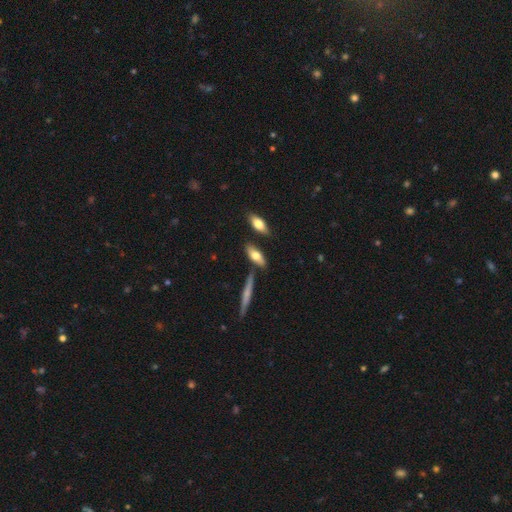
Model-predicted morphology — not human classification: A smooth galaxy with no disk features (67%) that is in between round and cigar-shaped (72%). Merging: none (74%).